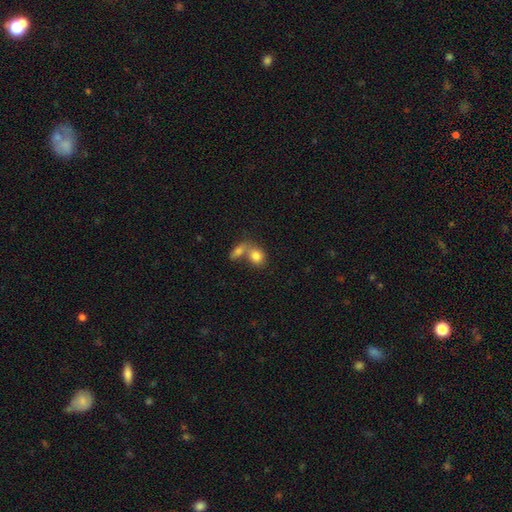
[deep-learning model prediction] smooth 81%, featured or disk 11%, star or artifact 8%. Down the decision tree: how rounded — in between (55%); merging — merger (60%).